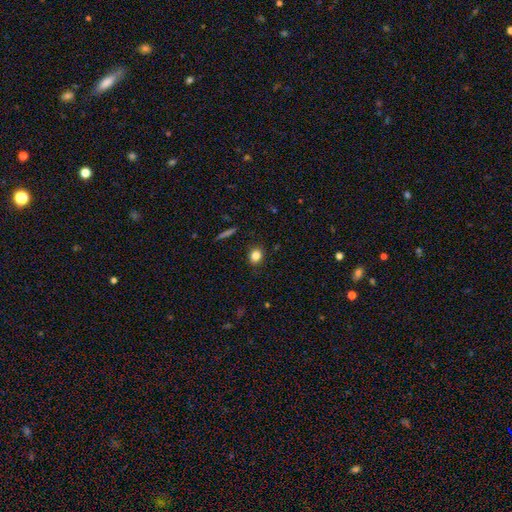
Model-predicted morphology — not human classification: Smooth or featured? smooth (83%)
How rounded? round (73%)
Merging? none (89%)